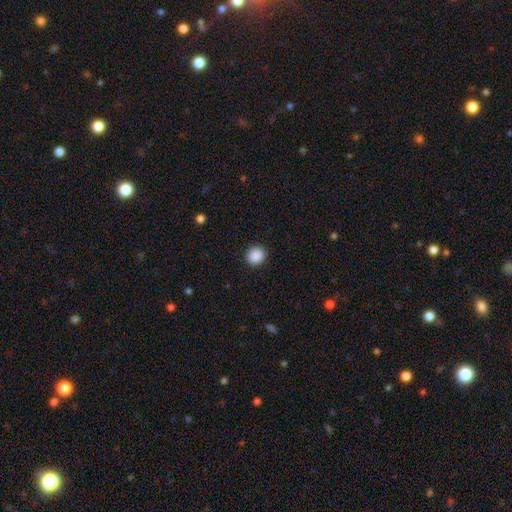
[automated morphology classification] A smooth galaxy with no disk features (89%) that is round (85%).

Vote fractions:
- Smooth or featured? smooth: 89% / star or artifact: 8% / featured or disk: 2%
- How rounded? round: 85% / in between: 14% / cigar-shaped: 1%
- Merging? none: 91% / minor disturbance: 6% / major disturbance: 2% / merger: 1%